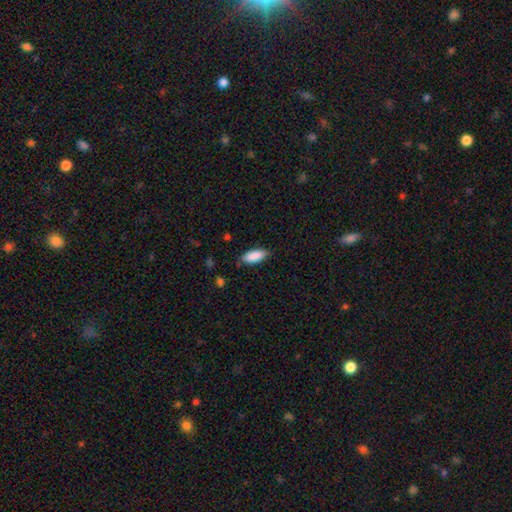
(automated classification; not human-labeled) Smooth or featured: smooth — 89% (star or artifact — 6%)
How rounded: in between — 80% (cigar-shaped — 18%)
Merging: none — 82% (minor disturbance — 14%)